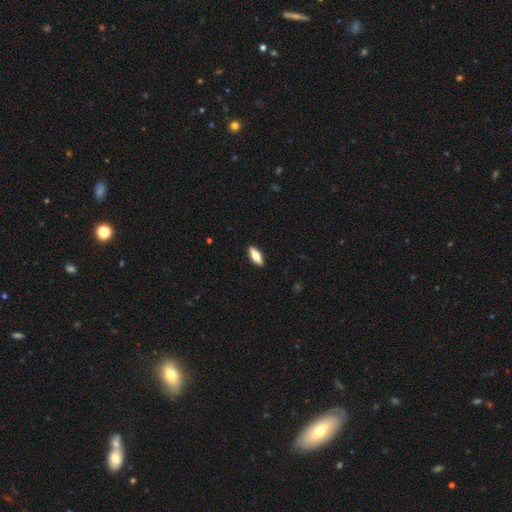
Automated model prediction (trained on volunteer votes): A smooth galaxy with no disk features (66%) that is in between round and cigar-shaped (61%). Merging: none (90%).